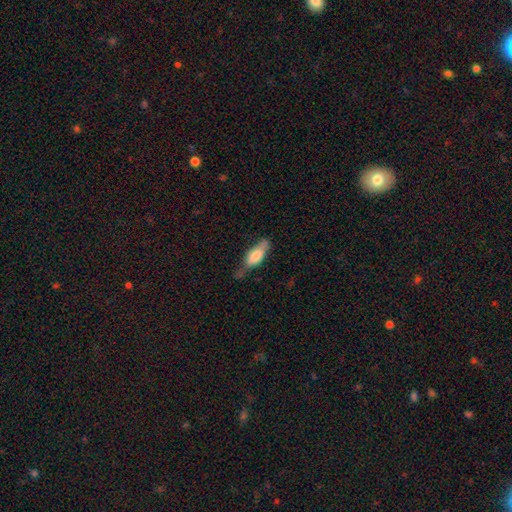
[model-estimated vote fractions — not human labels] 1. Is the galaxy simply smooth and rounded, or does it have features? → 70% smooth, 23% featured or disk, 6% star or artifact.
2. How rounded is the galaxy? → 72% in between, 26% cigar-shaped, 2% round.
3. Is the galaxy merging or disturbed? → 39% none (tied), 39% minor disturbance (tied), 16% major disturbance, 6% merger.